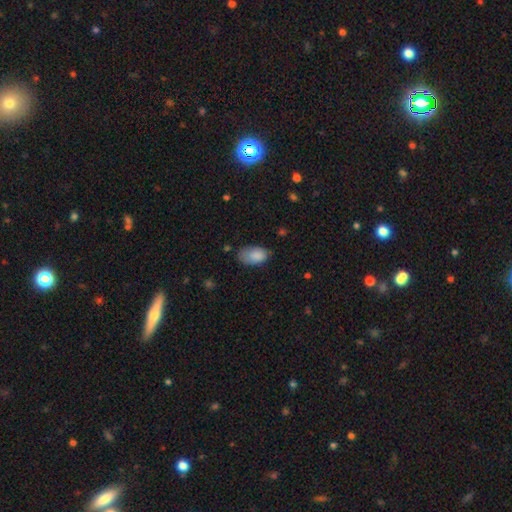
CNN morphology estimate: A smooth galaxy with no disk features (85%) that is in between round and cigar-shaped (92%). Merging: none (58%).